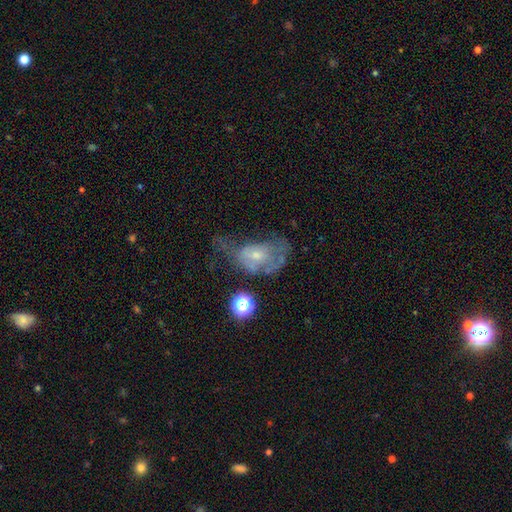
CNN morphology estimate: Q: Smooth or featured?
A: featured or disk (51%); runner-up: smooth (34%)
Q: Edge-on disk?
A: no (95%); runner-up: yes (5%)
Q: Merging?
A: major disturbance (45%); runner-up: minor disturbance (24%)